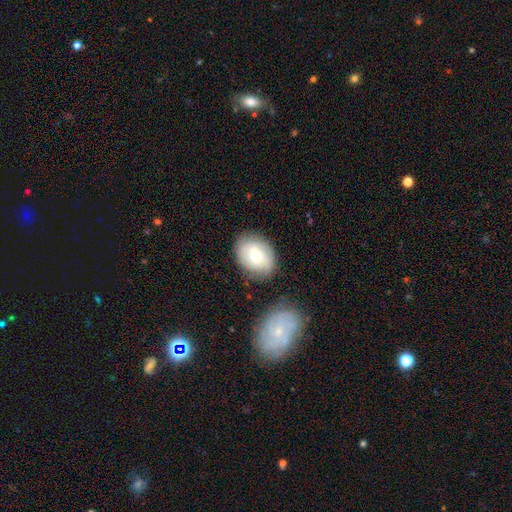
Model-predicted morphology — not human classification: Q: Smooth or featured?
A: smooth (55%); runner-up: featured or disk (37%)
Q: How rounded?
A: in between (56%); runner-up: round (42%)
Q: Merging?
A: none (77%); runner-up: minor disturbance (15%)